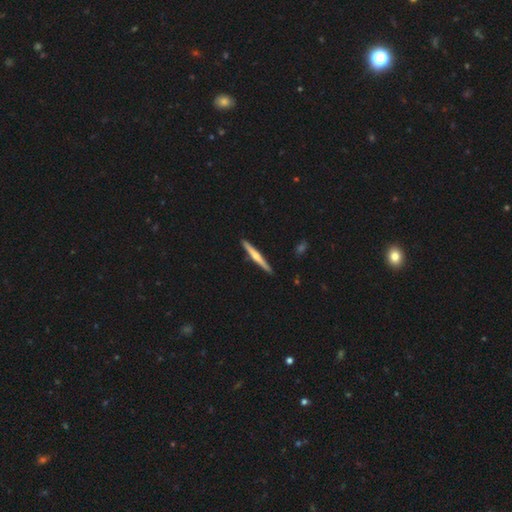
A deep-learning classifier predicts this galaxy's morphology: Q: Smooth or featured?
A: featured or disk (59%); runner-up: smooth (36%)
Q: Edge-on disk?
A: yes (98%); runner-up: no (2%)
Q: Edge-on bulge?
A: rounded (78%); runner-up: none (18%)
Q: Merging?
A: none (91%); runner-up: minor disturbance (7%)